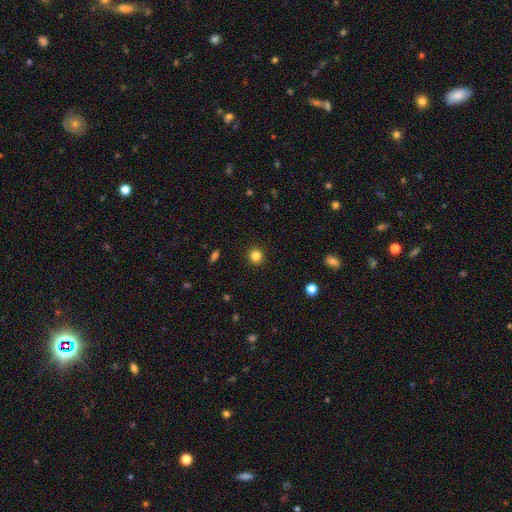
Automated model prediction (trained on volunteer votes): smooth_or_featured: smooth (p=0.83) [alt: star or artifact p=0.13]
how_rounded: round (p=0.92) [alt: in between p=0.07]
merging: none (p=0.92) [alt: minor disturbance p=0.05]